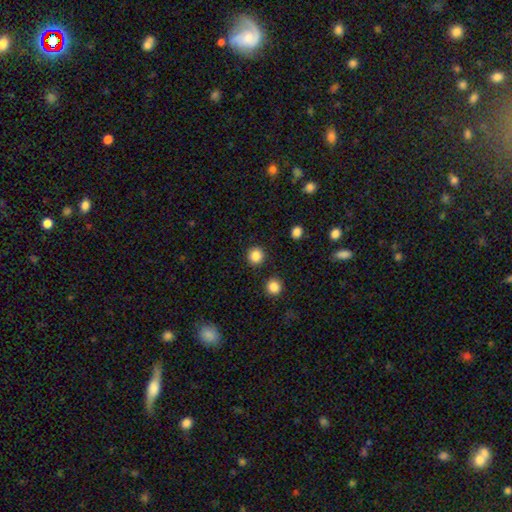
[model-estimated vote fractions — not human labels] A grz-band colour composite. It shows a smooth galaxy with no disk features (86%) that is round (94%). Merging: none (91%).